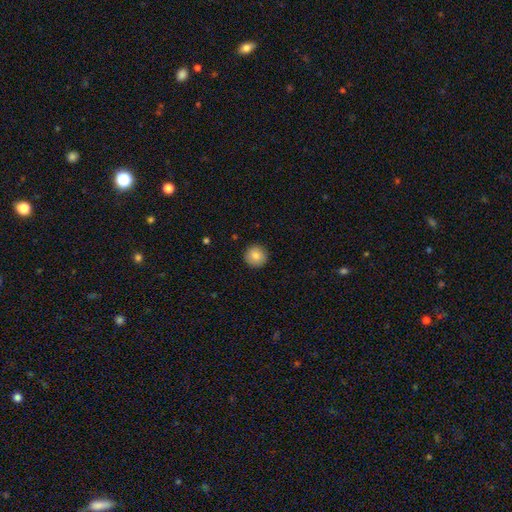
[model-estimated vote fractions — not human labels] A smooth galaxy with no disk features (82%) that is round (96%).

Vote fractions:
- Smooth or featured? smooth: 82% / featured or disk: 10% / star or artifact: 9%
- How rounded? round: 96% / in between: 3% / cigar-shaped: 1%
- Merging? none: 92% / minor disturbance: 6% / major disturbance: 2% / merger: 1%